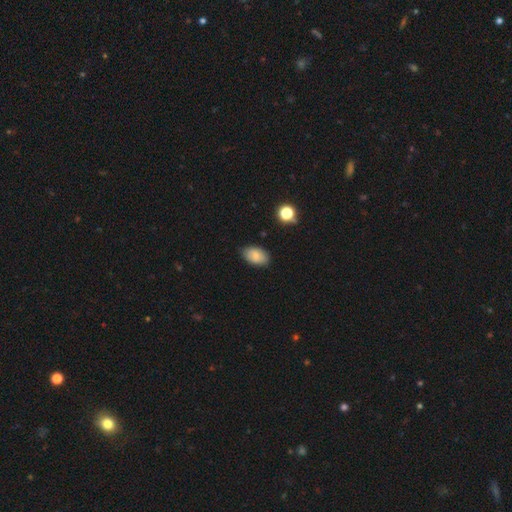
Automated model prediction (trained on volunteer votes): Smooth or featured?
  - smooth: 78% *
  - featured or disk: 13%
  - star or artifact: 8%
How rounded?
  - in between: 91% *
  - round: 8%
  - cigar-shaped: 1%
Merging?
  - none: 82% *
  - minor disturbance: 15%
  - major disturbance: 3%
  - merger: 1%